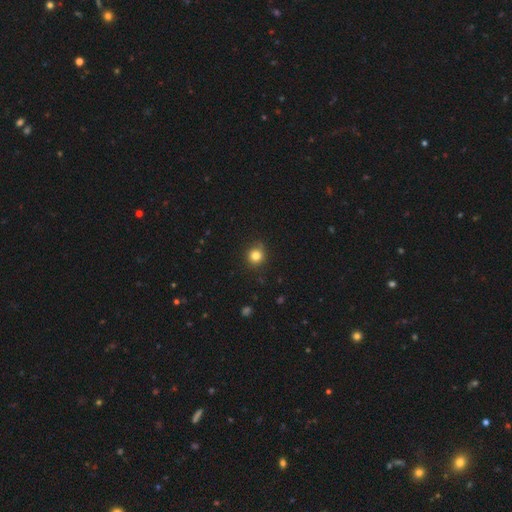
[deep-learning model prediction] Smooth or featured?
  - smooth: 82% *
  - star or artifact: 12%
  - featured or disk: 6%
How rounded?
  - round: 90% *
  - in between: 9%
  - cigar-shaped: 1%
Merging?
  - none: 85% *
  - minor disturbance: 11%
  - major disturbance: 2%
  - merger: 1%